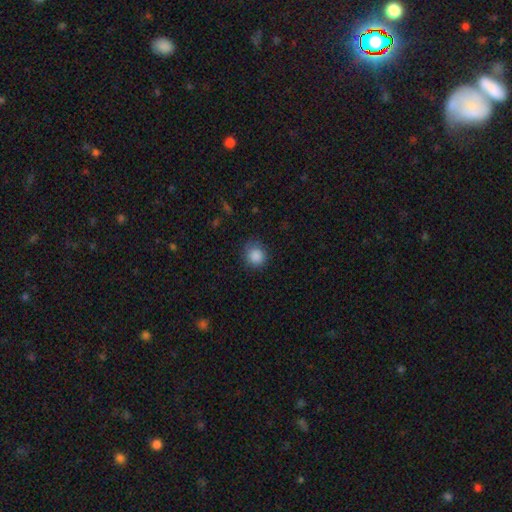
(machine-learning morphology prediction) A smooth galaxy with no disk features (87%) that is round (87%). Merging: none (79%).